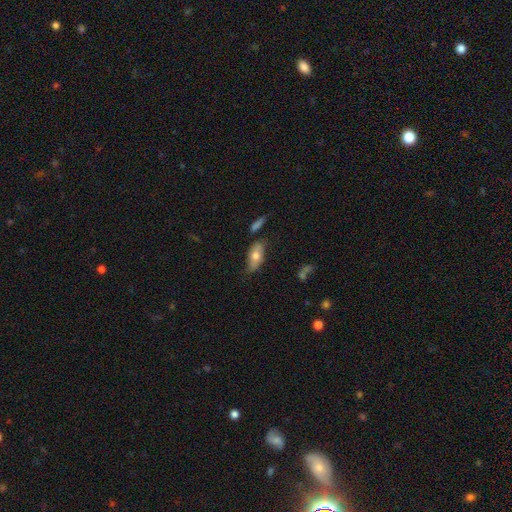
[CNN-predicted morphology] smooth_or_featured: smooth (p=0.63) [alt: featured or disk p=0.31]
how_rounded: in between (p=0.82) [alt: cigar-shaped p=0.14]
merging: none (p=0.67) [alt: minor disturbance p=0.22]